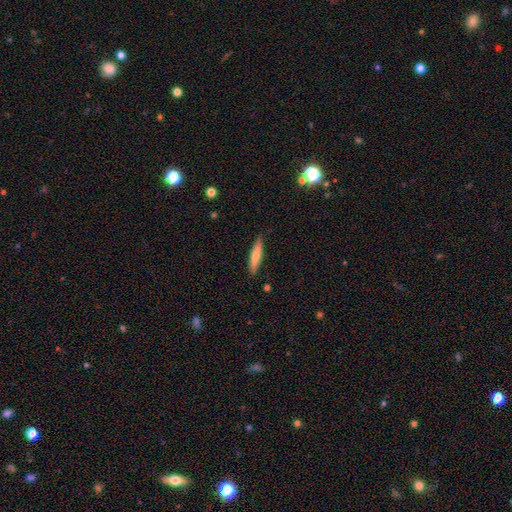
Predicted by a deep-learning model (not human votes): A smooth galaxy with no disk features (70%) that is cigar-shaped (84%).

Vote fractions:
- Smooth or featured? smooth: 70% / featured or disk: 24% / star or artifact: 6%
- How rounded? cigar-shaped: 84% / in between: 15% / round: 1%
- Merging? none: 87% / minor disturbance: 10% / major disturbance: 2% / merger: 1%